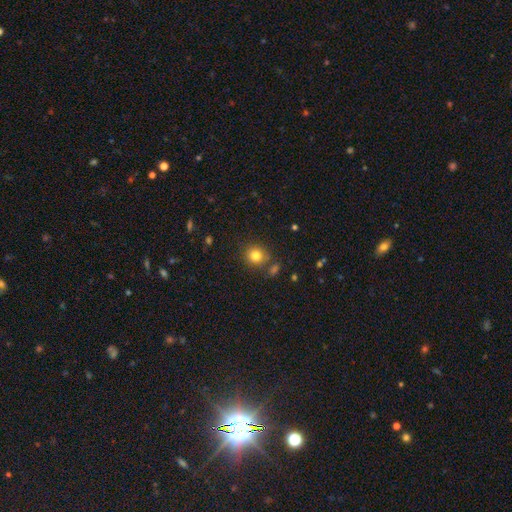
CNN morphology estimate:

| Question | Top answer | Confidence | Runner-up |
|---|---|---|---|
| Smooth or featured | smooth | 81% | star or artifact (12%) |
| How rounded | round | 84% | in between (15%) |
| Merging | none | 79% | minor disturbance (10%) |